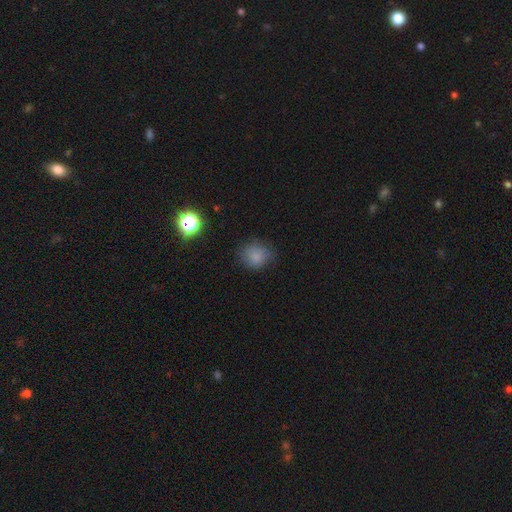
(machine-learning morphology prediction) Q: Smooth or featured?
A: smooth (80%); runner-up: star or artifact (12%)
Q: How rounded?
A: round (74%); runner-up: in between (25%)
Q: Merging?
A: none (71%); runner-up: minor disturbance (22%)